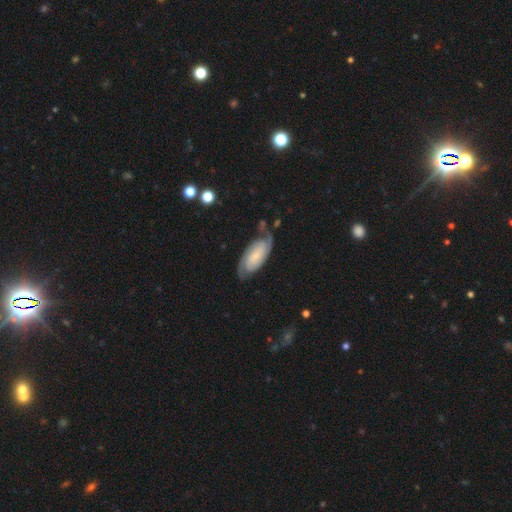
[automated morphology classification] Overall: featured or disk (76%). Edge-on disk: no (95%). Bar: no (63%; weak 28%). Spiral arms: yes (95%). Spiral arm count: 2 (80%). Spiral winding: tight (55%; medium 34%). Bulge size: small (68%). Merging: none (68%).